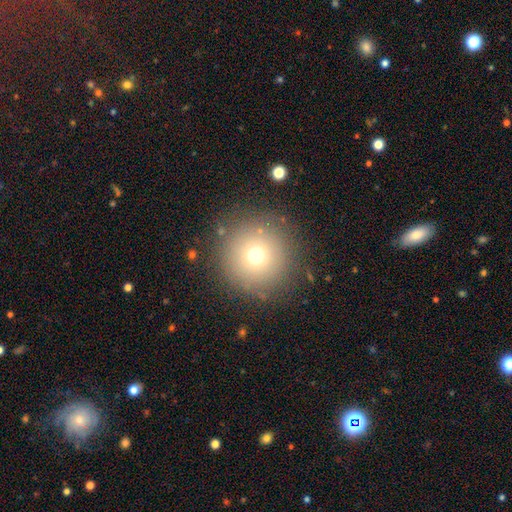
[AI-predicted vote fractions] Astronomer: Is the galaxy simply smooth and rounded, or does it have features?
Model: smooth — 71%.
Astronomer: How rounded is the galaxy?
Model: round — 96%.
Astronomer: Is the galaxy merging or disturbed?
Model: none — 87%.